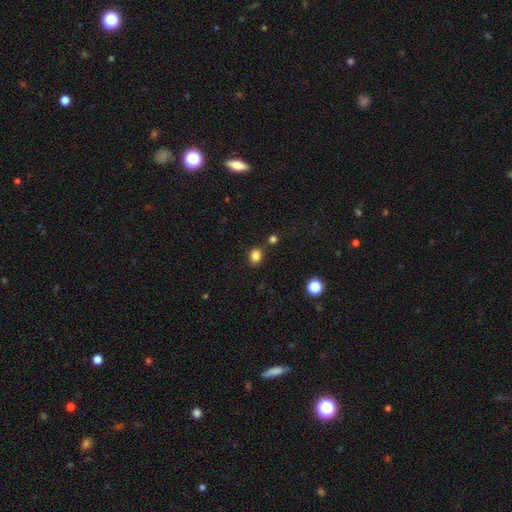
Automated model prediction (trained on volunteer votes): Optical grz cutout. It shows a smooth galaxy with no disk features (84%) that is round (58%). Merging: none (80%).